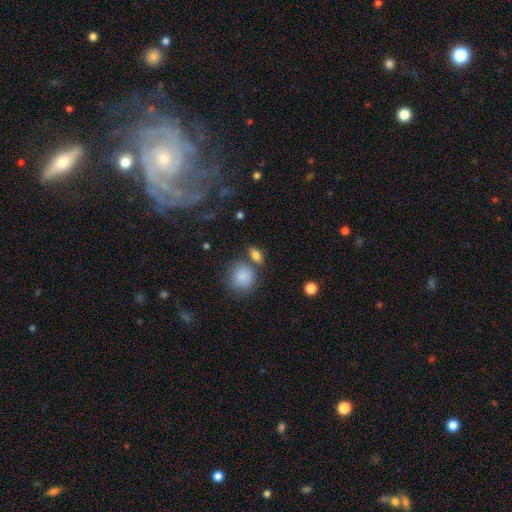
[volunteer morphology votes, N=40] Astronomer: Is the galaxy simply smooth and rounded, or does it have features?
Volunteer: smooth — 85%.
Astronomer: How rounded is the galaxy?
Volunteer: in between — 76%.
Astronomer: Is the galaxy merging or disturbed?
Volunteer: none — 75%.